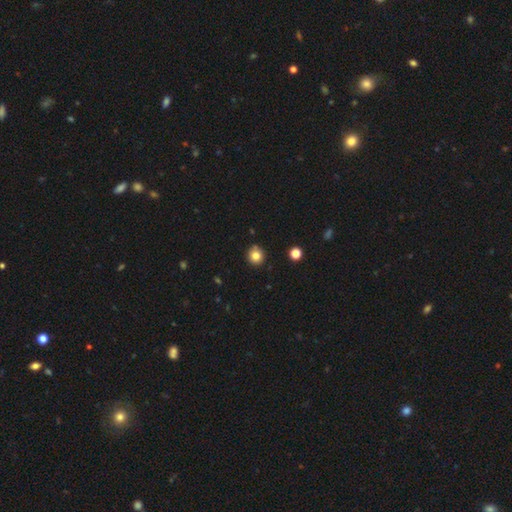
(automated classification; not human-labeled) Smooth or featured? Predicted: smooth (p=0.82). How rounded? Predicted: round (p=0.92). Merging? Predicted: none (p=0.89).